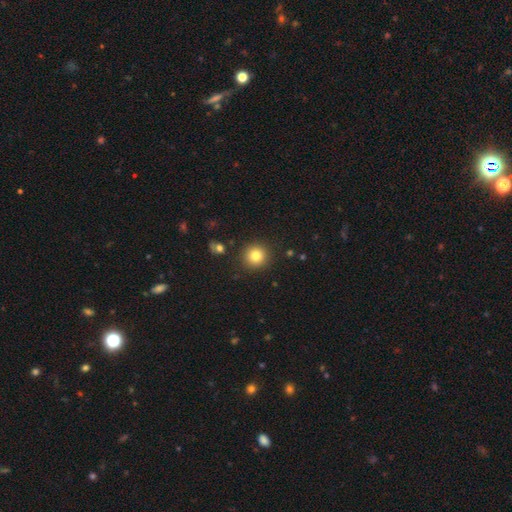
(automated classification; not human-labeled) smooth_or_featured: smooth (p=0.82) [alt: star or artifact p=0.11]
how_rounded: round (p=0.93) [alt: in between p=0.06]
merging: none (p=0.90) [alt: minor disturbance p=0.06]